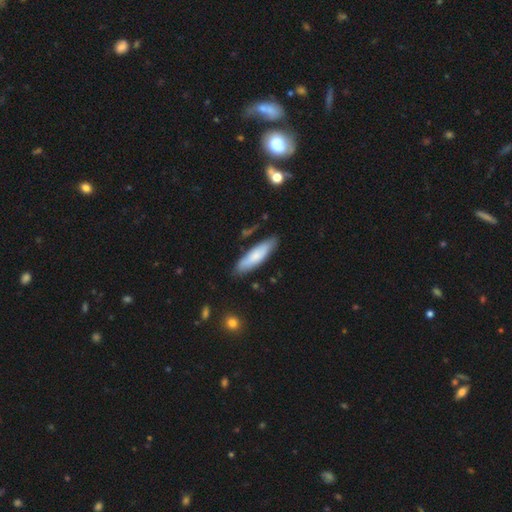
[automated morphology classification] A smooth galaxy with no disk features (74%) that is cigar-shaped (63%).

Vote fractions:
- Smooth or featured? smooth: 74% / featured or disk: 20% / star or artifact: 6%
- How rounded? cigar-shaped: 63% / in between: 35% / round: 2%
- Merging? none: 83% / minor disturbance: 13% / major disturbance: 2% / merger: 2%